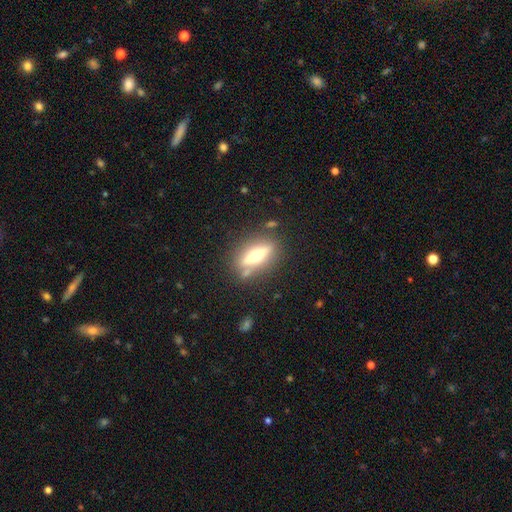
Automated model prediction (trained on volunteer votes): A featured or disk galaxy (54%) viewed edge-on (83%).

Vote fractions:
- Smooth or featured? featured or disk: 54% / smooth: 38% / star or artifact: 8%
- Edge-on disk? yes: 83% / no: 17%
- Merging? none: 79% / minor disturbance: 12% / merger: 5% / major disturbance: 4%